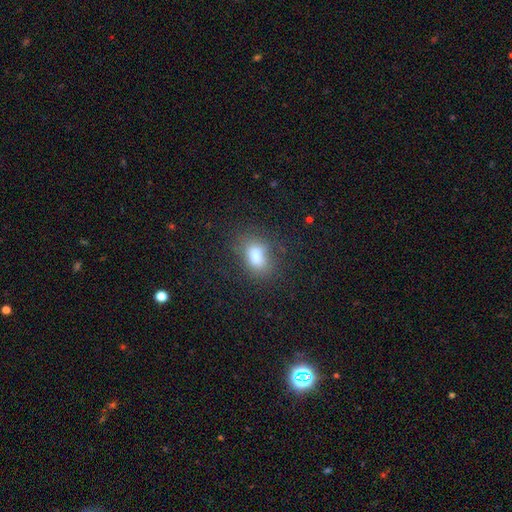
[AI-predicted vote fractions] smooth-or-featured: smooth: 77% | star or artifact: 13% | featured or disk: 9%
  how-rounded: in between: 79% | round: 18% | cigar-shaped: 3%
  merging: none: 69% | minor disturbance: 19% | major disturbance: 8% | merger: 4%